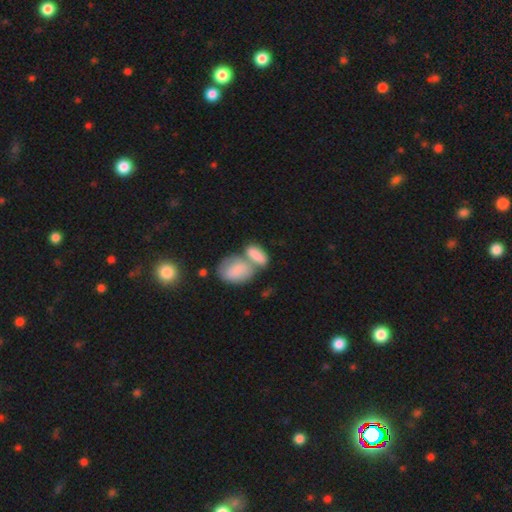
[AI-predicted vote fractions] Overall: smooth (79%). How rounded: in between (86%). Merging: merger (61%; none 24%).